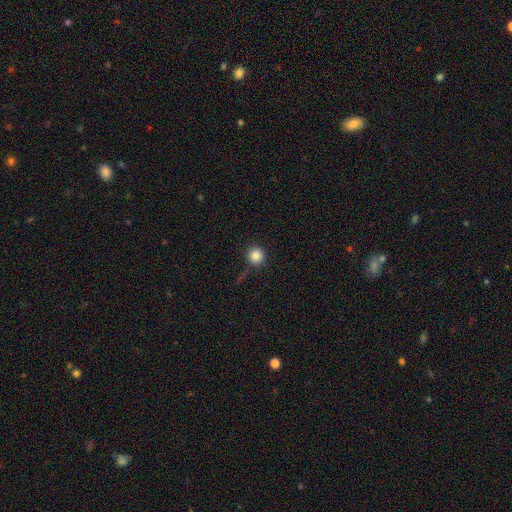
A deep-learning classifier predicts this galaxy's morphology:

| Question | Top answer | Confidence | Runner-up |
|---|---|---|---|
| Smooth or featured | smooth | 84% | star or artifact (11%) |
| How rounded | round | 94% | in between (5%) |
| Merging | none | 83% | minor disturbance (9%) |